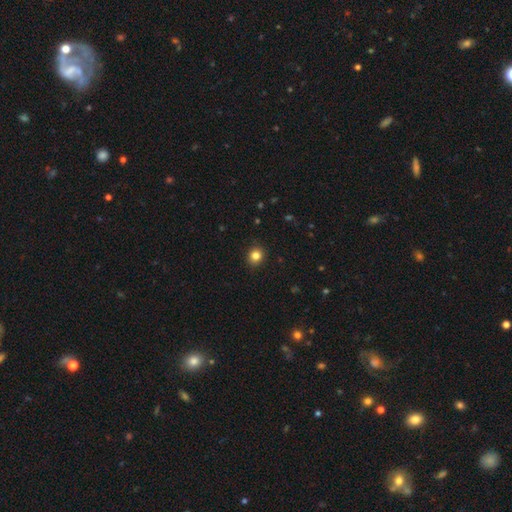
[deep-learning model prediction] Smooth or featured?
  - smooth: 83% *
  - star or artifact: 12%
  - featured or disk: 5%
How rounded?
  - round: 82% *
  - in between: 17%
  - cigar-shaped: 1%
Merging?
  - none: 91% *
  - minor disturbance: 6%
  - major disturbance: 2%
  - merger: 1%